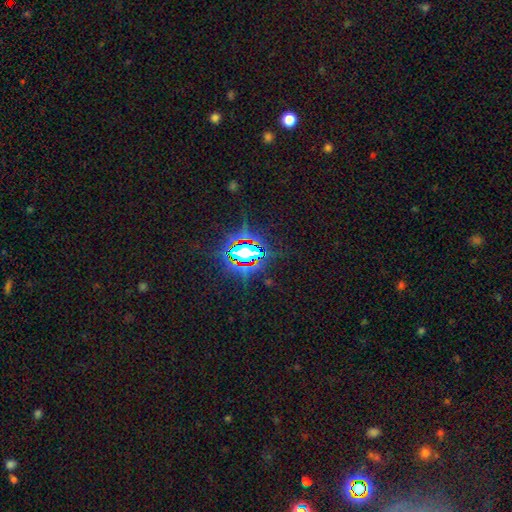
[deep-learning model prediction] Smooth or featured?
  - star or artifact: 81% *
  - smooth: 12%
  - featured or disk: 7%